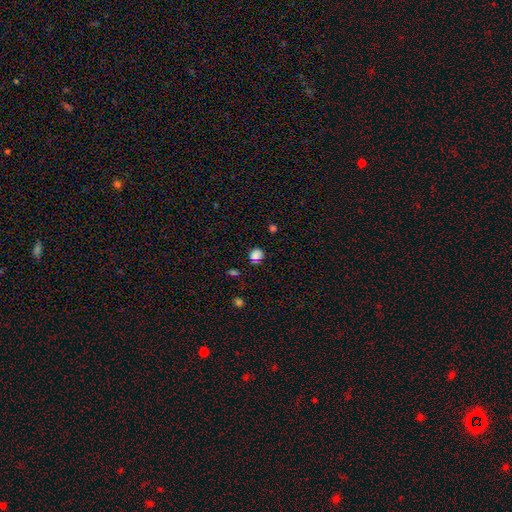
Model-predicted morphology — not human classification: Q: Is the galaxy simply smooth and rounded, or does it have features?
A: smooth — 77%.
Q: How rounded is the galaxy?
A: round — 79%.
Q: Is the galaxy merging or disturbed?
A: none — 81%.